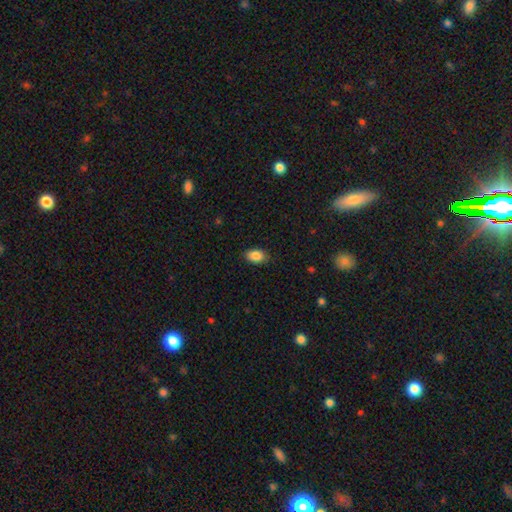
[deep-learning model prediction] Overall: smooth (87%). How rounded: in between (87%). Merging: none (86%).